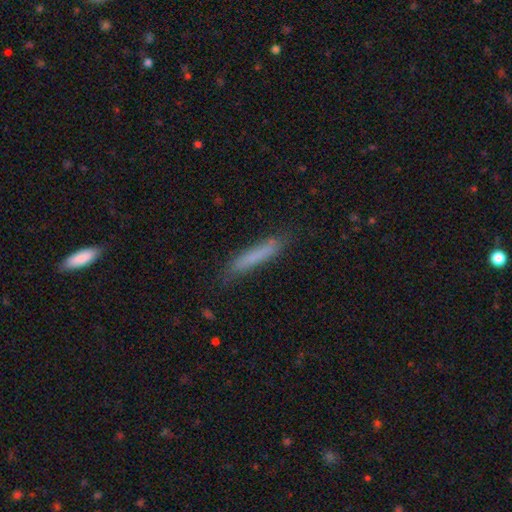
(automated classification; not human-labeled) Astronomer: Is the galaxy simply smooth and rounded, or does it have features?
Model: smooth — 71%.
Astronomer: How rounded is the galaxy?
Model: cigar-shaped — 93%.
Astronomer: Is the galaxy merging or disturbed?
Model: none — 77%.